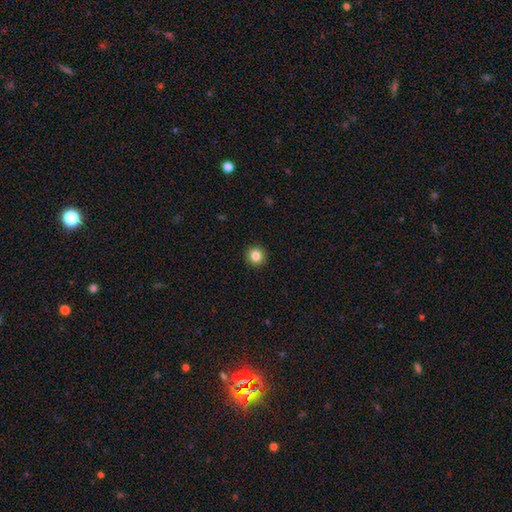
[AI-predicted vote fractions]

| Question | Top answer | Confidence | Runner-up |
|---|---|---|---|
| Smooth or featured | smooth | 84% | star or artifact (11%) |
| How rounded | round | 94% | in between (5%) |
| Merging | none | 93% | minor disturbance (4%) |